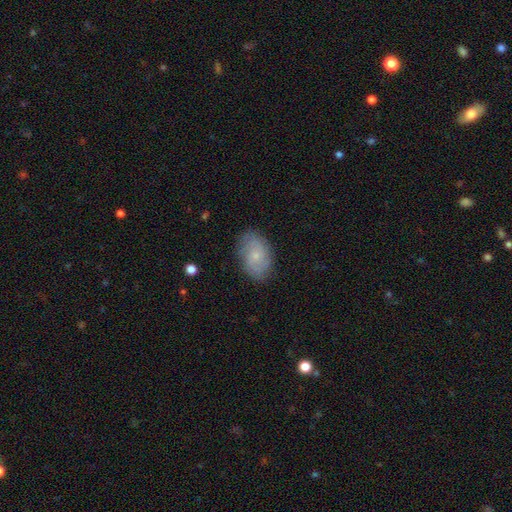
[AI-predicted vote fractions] A smooth galaxy with no disk features (46%). Merging: none (80%).